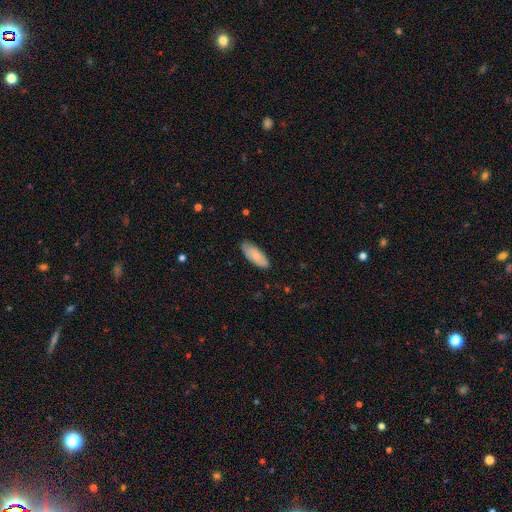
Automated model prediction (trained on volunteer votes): Smooth or featured? smooth (77%)
How rounded? in between (80%)
Merging? none (79%)